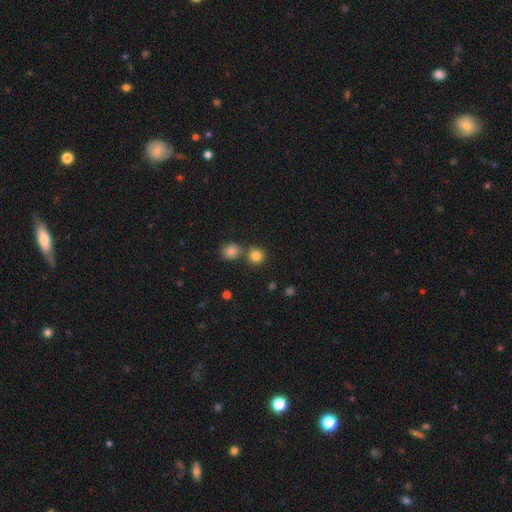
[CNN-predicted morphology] A smooth galaxy with no disk features (82%) that is round (88%). Merging: none (64%).